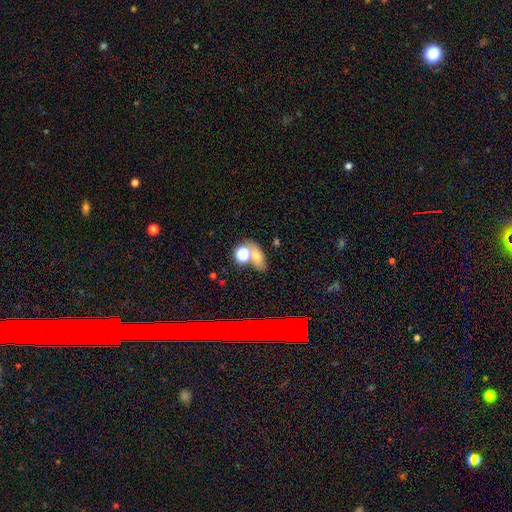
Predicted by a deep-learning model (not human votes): Smooth or featured? smooth (67%)
How rounded? in between (68%)
Merging? none (47%)